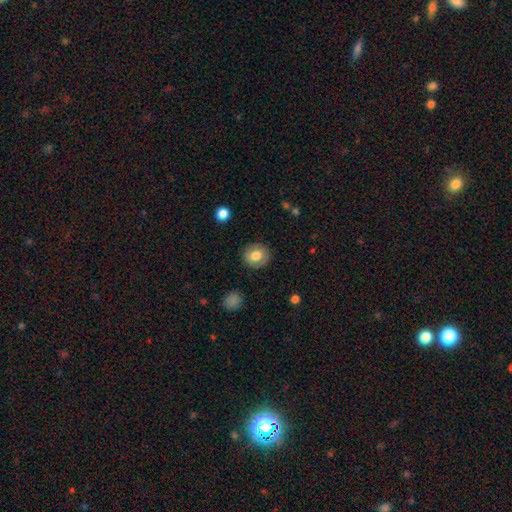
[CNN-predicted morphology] type=smooth (79%); roundness=round (78%); merging=none (88%).